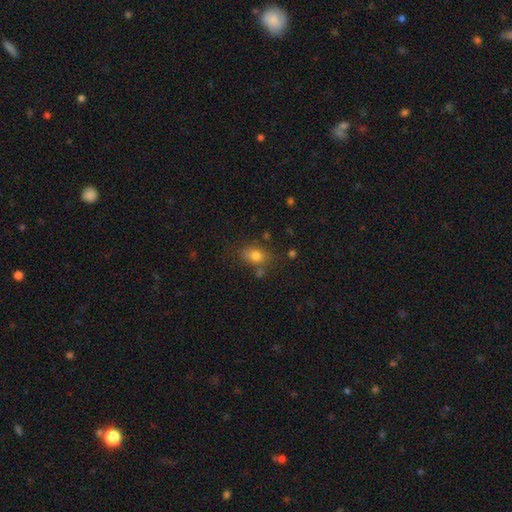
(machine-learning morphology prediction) Q: Smooth or featured?
A: smooth (78%); runner-up: star or artifact (12%)
Q: How rounded?
A: in between (68%); runner-up: round (31%)
Q: Merging?
A: none (70%); runner-up: minor disturbance (17%)